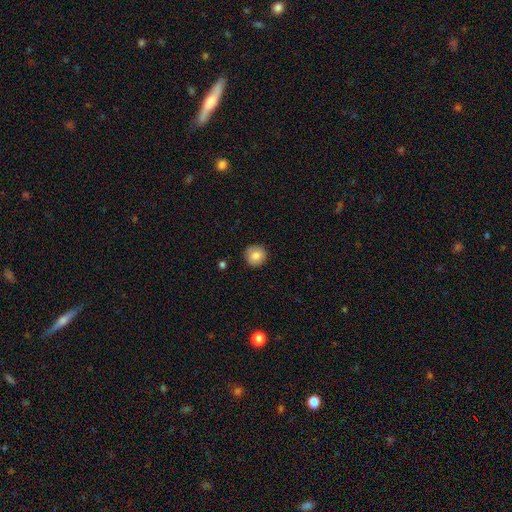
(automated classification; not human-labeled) Morphology: type=smooth (82%); roundness=round (94%); merging=none (90%).